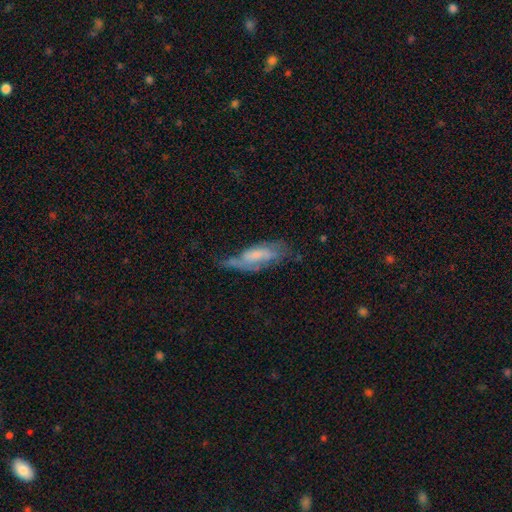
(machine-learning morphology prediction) This is possibly a featured or disk galaxy (52%). It is likely not viewed edge-on (79%). Merging: marginally none (35%).